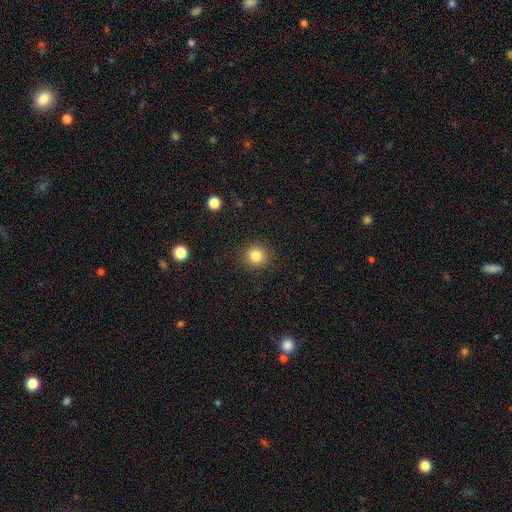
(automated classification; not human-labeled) A smooth galaxy with no disk features (83%) that is round (90%).

Vote fractions:
- Smooth or featured? smooth: 83% / star or artifact: 11% / featured or disk: 6%
- How rounded? round: 90% / in between: 9% / cigar-shaped: 1%
- Merging? none: 90% / minor disturbance: 7% / major disturbance: 3% / merger: 1%